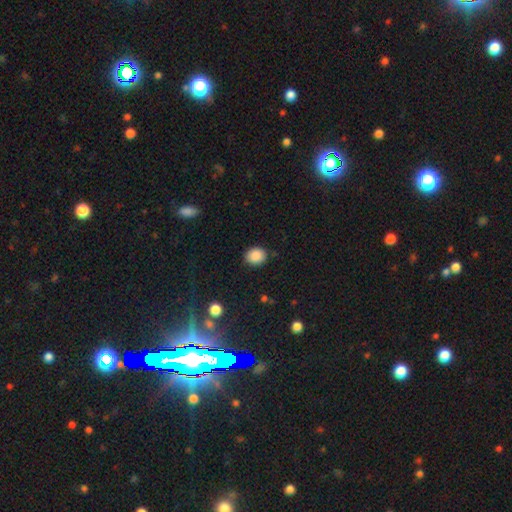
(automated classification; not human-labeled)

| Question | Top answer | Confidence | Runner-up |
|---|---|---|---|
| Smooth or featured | smooth | 87% | star or artifact (9%) |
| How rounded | round | 62% | in between (38%) |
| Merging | none | 84% | minor disturbance (12%) |